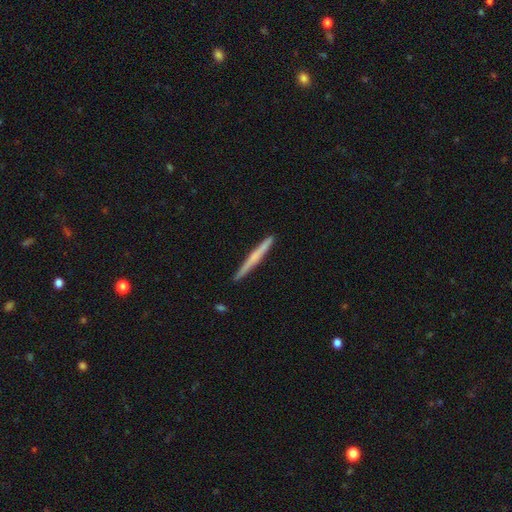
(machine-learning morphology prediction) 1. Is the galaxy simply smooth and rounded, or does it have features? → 49% featured or disk, 46% smooth, 6% star or artifact.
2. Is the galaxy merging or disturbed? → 91% none, 6% minor disturbance, 1% major disturbance, 1% merger.